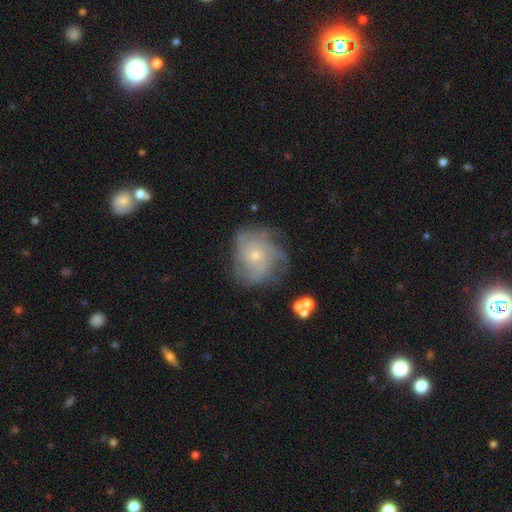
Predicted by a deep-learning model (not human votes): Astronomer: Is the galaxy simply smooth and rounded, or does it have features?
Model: featured or disk — 70%.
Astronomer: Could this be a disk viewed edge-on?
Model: no — 97%.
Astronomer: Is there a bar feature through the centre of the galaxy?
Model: no — 84%.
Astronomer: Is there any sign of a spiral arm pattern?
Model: yes — 84%.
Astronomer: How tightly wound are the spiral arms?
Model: tight — 46% (runner-up: medium, 36%).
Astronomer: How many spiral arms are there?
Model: can't tell — 39% (runner-up: 4, 21%).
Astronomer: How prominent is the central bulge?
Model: small — 68%.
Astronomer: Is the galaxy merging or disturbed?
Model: none — 61%.